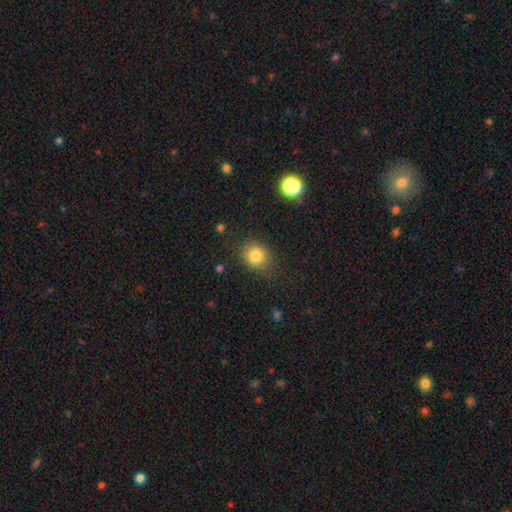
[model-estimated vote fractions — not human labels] Overall: smooth (83%). How rounded: round (73%). Merging: none (79%).